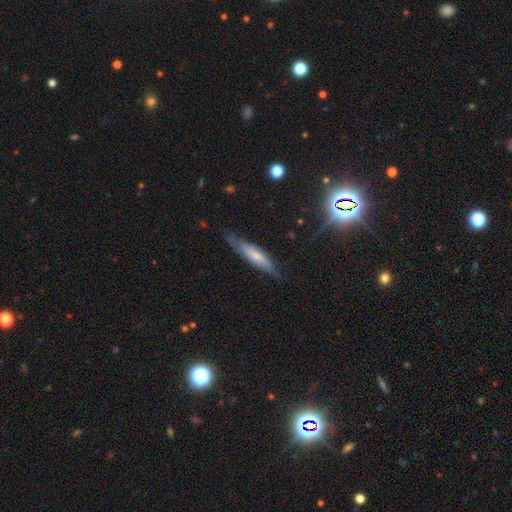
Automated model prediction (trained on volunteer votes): smooth-or-featured: smooth: 49% | featured or disk: 43% | star or artifact: 8%
  merging: none: 70% | minor disturbance: 23% | major disturbance: 6% | merger: 2%